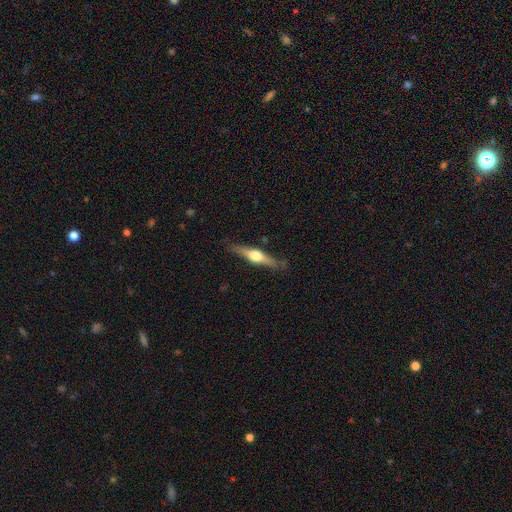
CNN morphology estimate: featured or disk 68%, smooth 27%, star or artifact 5%. Down the decision tree: edge-on disk — yes (97%); edge-on bulge — rounded (94%); merging — none (85%).